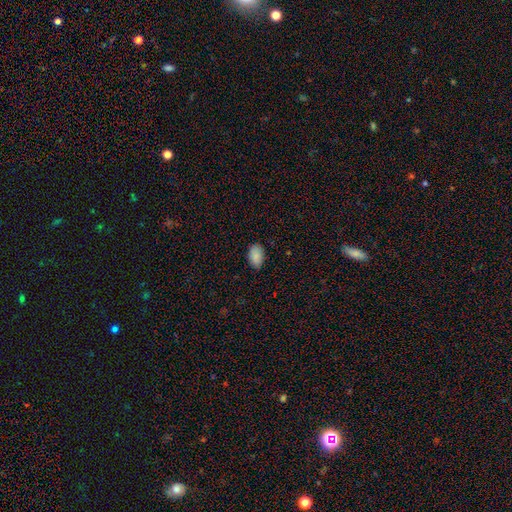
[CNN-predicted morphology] smooth_or_featured: smooth (p=0.89) [alt: star or artifact p=0.07]
how_rounded: in between (p=0.92) [alt: round p=0.07]
merging: none (p=0.83) [alt: minor disturbance p=0.14]